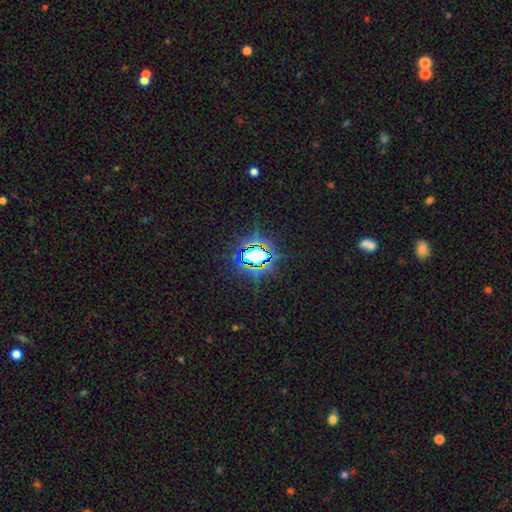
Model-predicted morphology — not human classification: Overall: star or artifact (74%).